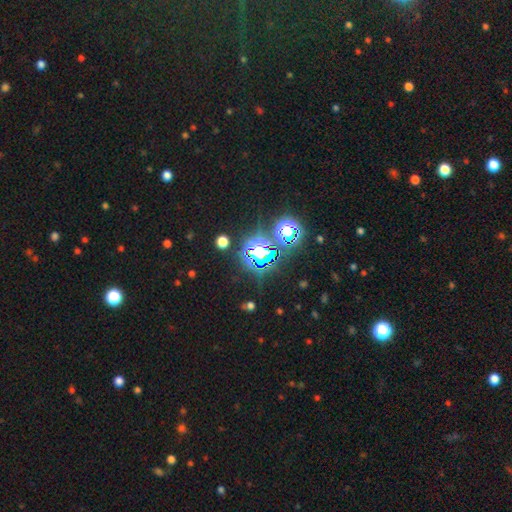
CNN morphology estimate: type=star or artifact (75%).